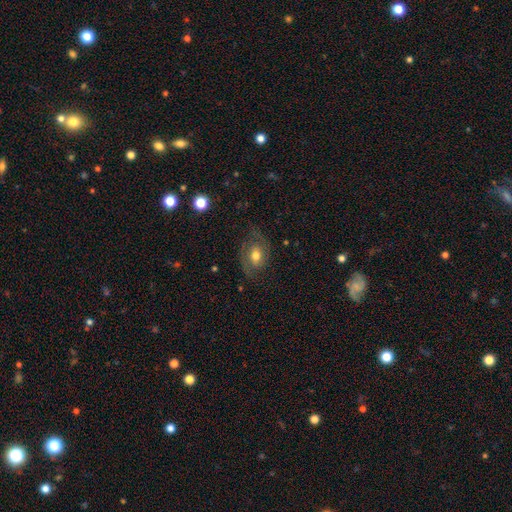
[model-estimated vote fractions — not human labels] featured or disk 54%, smooth 36%, star or artifact 9%. Down the decision tree: edge-on disk — no (95%); bar — no (60%); spiral arms — yes (77%); bulge size — moderate (70%); merging — none (66%).